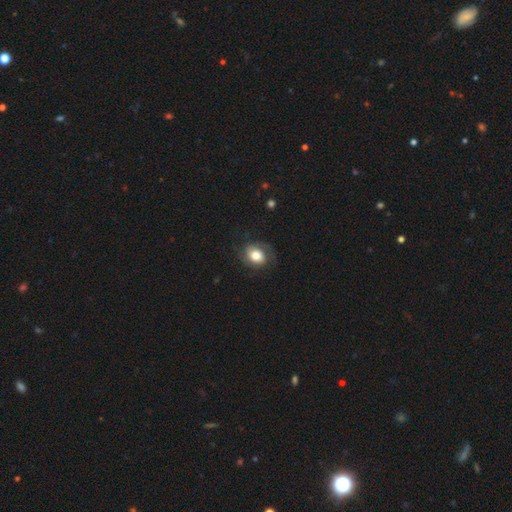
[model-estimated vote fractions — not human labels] smooth-or-featured: smooth: 65% | featured or disk: 27% | star or artifact: 8%
  how-rounded: in between: 53% | round: 46% | cigar-shaped: 1%
  merging: none: 64% | minor disturbance: 22% | major disturbance: 12% | merger: 1%